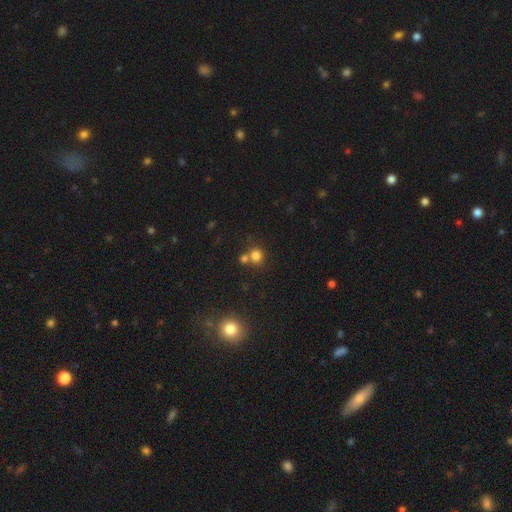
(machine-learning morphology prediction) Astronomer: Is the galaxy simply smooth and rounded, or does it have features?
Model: smooth — 77%.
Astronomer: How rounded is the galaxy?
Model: round — 82%.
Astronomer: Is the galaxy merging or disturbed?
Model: none — 57%.